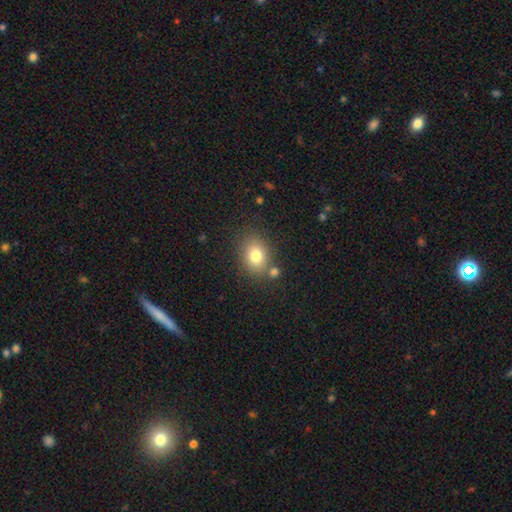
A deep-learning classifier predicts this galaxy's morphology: Overall: smooth (79%). How rounded: in between (52%; round 47%). Merging: none (72%).